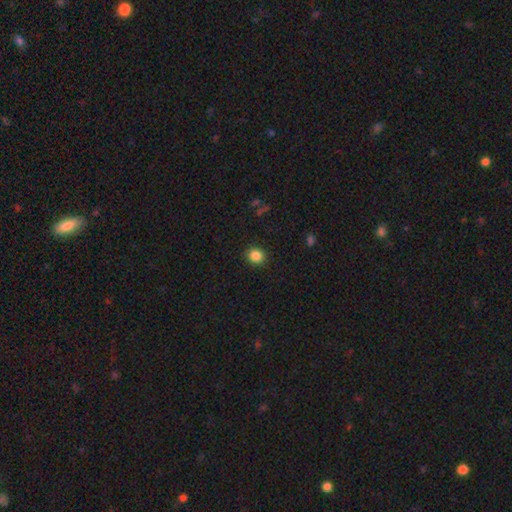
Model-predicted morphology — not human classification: A smooth galaxy with no disk features (85%) that is round (79%). Merging: none (90%).